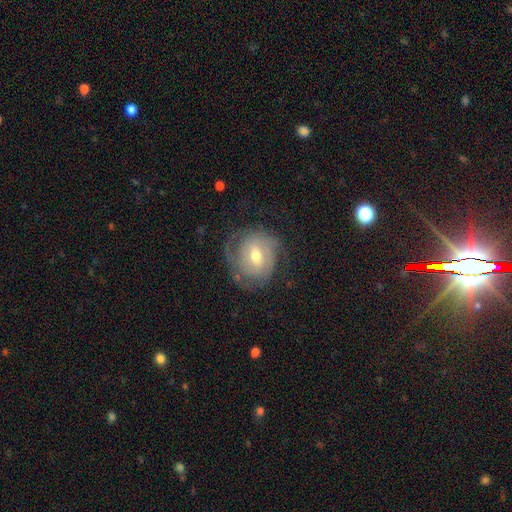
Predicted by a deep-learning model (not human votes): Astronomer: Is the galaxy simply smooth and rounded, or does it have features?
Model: featured or disk — 75%.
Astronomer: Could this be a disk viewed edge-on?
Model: no — 97%.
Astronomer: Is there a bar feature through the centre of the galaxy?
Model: weak — 52% (runner-up: no, 29%).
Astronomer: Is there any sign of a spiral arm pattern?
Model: yes — 89%.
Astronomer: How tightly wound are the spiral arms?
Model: tight — 56% (runner-up: medium, 32%).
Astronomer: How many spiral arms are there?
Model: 2 — 47% (runner-up: can't tell, 27%).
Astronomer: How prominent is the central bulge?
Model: moderate — 70%.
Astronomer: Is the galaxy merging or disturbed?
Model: none — 66%.